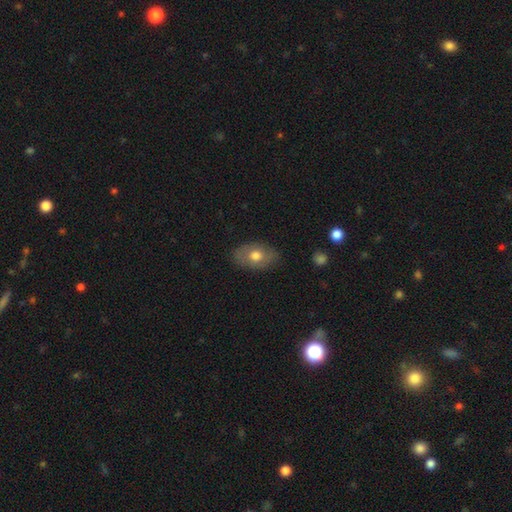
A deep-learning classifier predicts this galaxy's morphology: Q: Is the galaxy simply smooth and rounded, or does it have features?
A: smooth — 68%.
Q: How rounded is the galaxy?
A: in between — 85%.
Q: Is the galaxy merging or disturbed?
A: none — 81%.